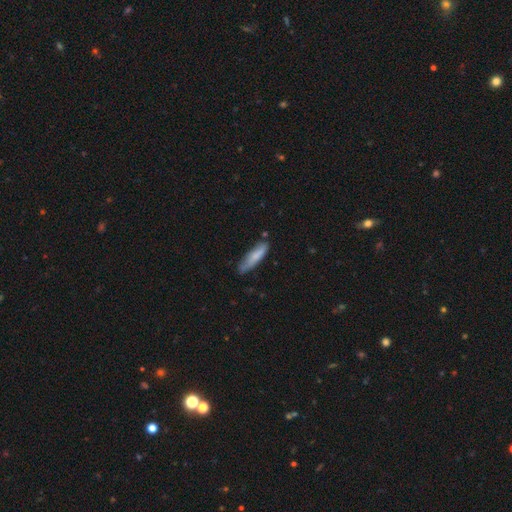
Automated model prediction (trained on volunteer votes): smooth_or_featured: smooth (p=0.78) [alt: featured or disk p=0.17]
how_rounded: cigar-shaped (p=0.73) [alt: in between p=0.26]
merging: none (p=0.70) [alt: minor disturbance p=0.23]